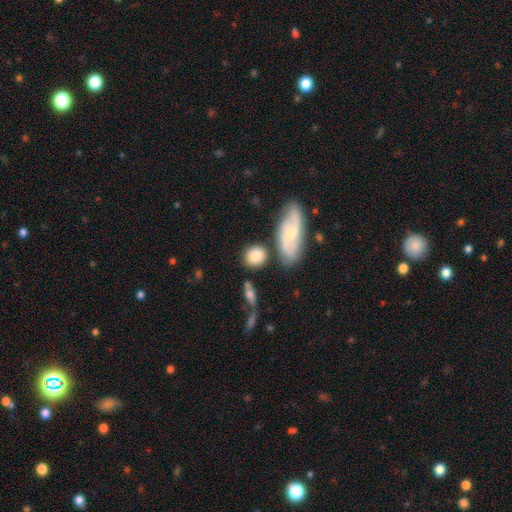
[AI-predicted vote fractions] smooth-or-featured: smooth: 81% | featured or disk: 13% | star or artifact: 7%
  how-rounded: round: 71% | in between: 26% | cigar-shaped: 3%
  merging: none: 70% | minor disturbance: 13% | merger: 12% | major disturbance: 5%